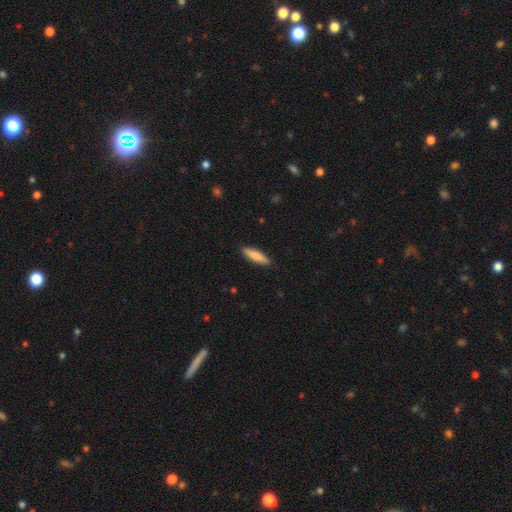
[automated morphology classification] Smooth or featured?
  - smooth: 81% *
  - featured or disk: 14%
  - star or artifact: 6%
How rounded?
  - cigar-shaped: 70% *
  - in between: 29%
  - round: 1%
Merging?
  - none: 89% *
  - minor disturbance: 8%
  - major disturbance: 2%
  - merger: 1%